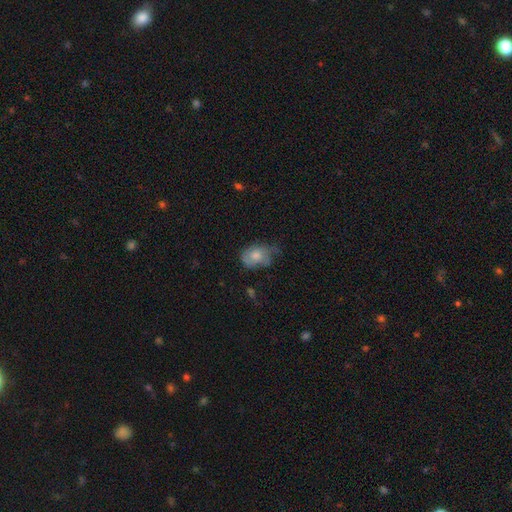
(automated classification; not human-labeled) Smooth or featured?
  - smooth: 66% *
  - featured or disk: 26%
  - star or artifact: 8%
How rounded?
  - in between: 74% *
  - round: 25%
  - cigar-shaped: 1%
Merging?
  - minor disturbance: 39% *
  - none: 38%
  - major disturbance: 21%
  - merger: 3%